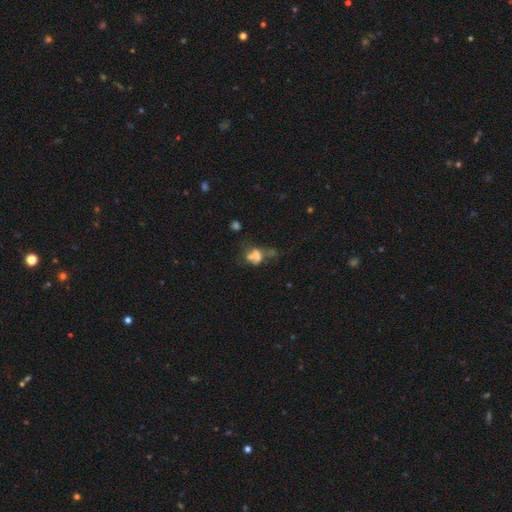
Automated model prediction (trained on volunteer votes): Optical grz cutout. It shows a smooth galaxy with no disk features (42%). Merging: merger (37%).